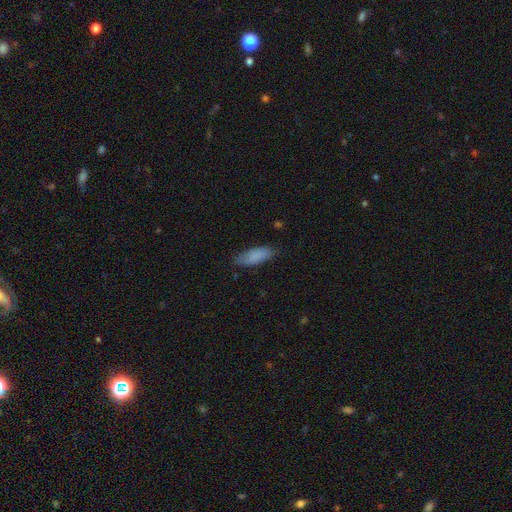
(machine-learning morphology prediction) Q: Smooth or featured?
A: smooth (84%); runner-up: featured or disk (9%)
Q: How rounded?
A: in between (62%); runner-up: cigar-shaped (36%)
Q: Merging?
A: none (80%); runner-up: minor disturbance (16%)